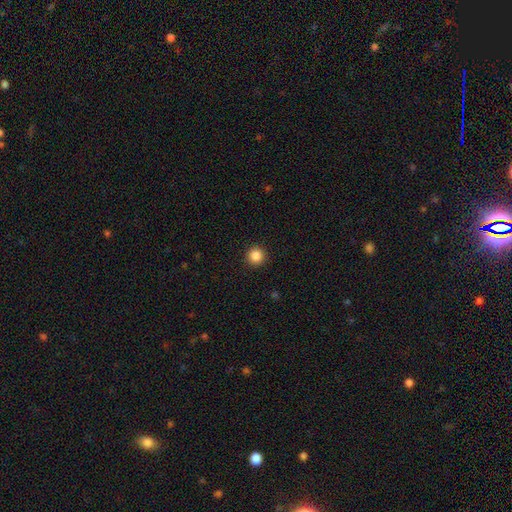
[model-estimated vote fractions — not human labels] Morphology: type=smooth (87%); roundness=round (96%); merging=none (93%).